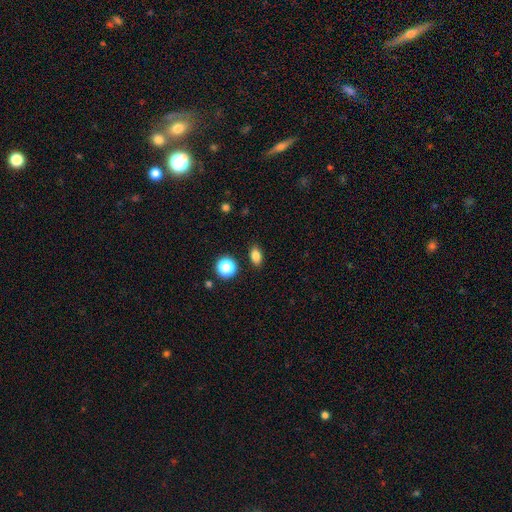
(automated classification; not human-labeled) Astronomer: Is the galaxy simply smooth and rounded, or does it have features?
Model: smooth — 81%.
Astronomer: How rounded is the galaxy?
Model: in between — 80%.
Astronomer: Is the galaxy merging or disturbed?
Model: none — 87%.